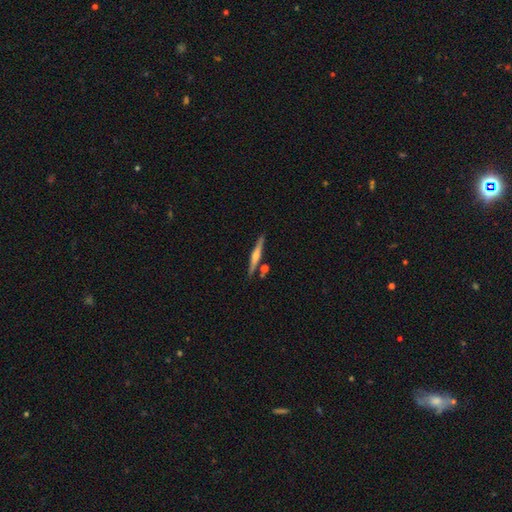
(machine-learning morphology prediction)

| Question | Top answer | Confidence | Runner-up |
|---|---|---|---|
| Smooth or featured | featured or disk | 66% | smooth (28%) |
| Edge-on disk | yes | 97% | no (3%) |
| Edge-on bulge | rounded | 82% | none (11%) |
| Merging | none | 85% | minor disturbance (8%) |